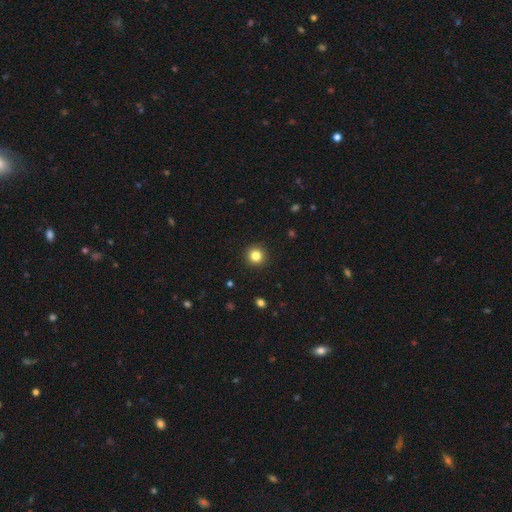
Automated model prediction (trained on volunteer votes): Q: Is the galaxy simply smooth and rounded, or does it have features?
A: smooth — 83%.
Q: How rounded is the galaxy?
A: round — 95%.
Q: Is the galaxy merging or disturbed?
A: none — 93%.